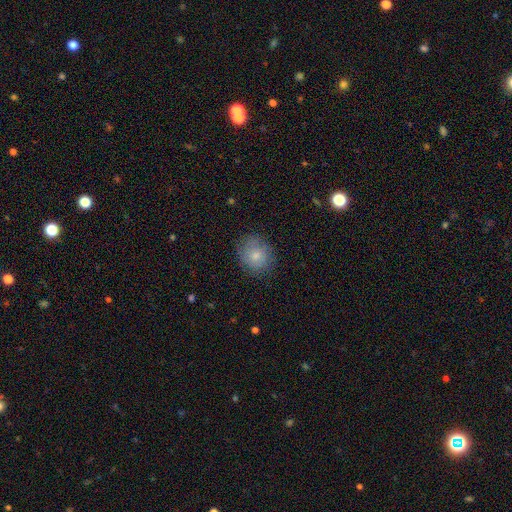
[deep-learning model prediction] Smooth or featured? smooth (77%)
How rounded? round (78%)
Merging? none (78%)